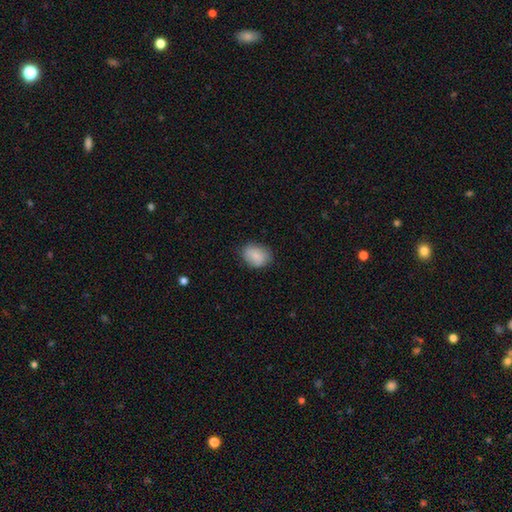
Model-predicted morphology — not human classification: A smooth galaxy with no disk features (79%) that is in between round and cigar-shaped (62%). Merging: none (76%).